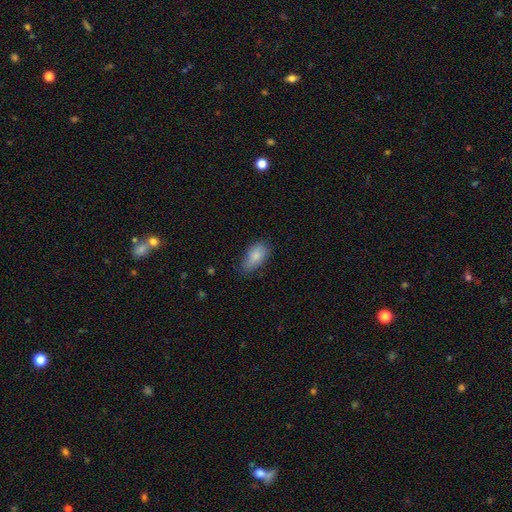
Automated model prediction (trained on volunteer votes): Smooth or featured: smooth — 84% (featured or disk — 9%)
How rounded: in between — 92% (round — 4%)
Merging: none — 69% (minor disturbance — 25%)